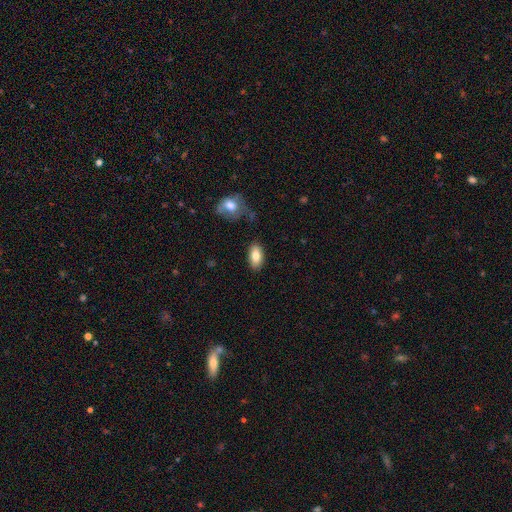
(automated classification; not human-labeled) This appears to be a smooth galaxy with no disk features (82%) that is in between round and cigar-shaped (93%). Merging: none (84%).